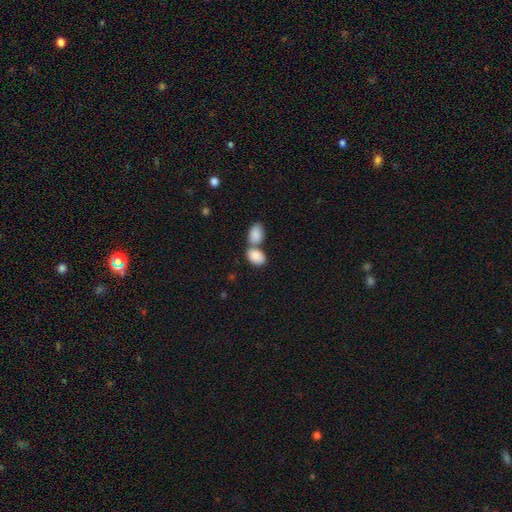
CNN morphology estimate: Smooth or featured: smooth — 87% (star or artifact — 7%)
How rounded: in between — 87% (round — 12%)
Merging: merger — 57% (none — 32%)